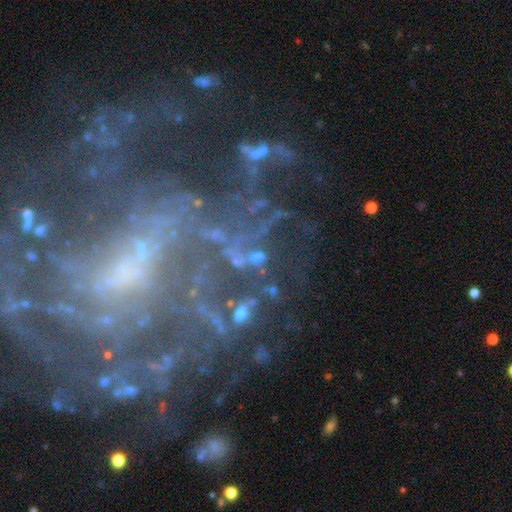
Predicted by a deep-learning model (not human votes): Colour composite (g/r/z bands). It shows a star or artifact, not a galaxy (42%).